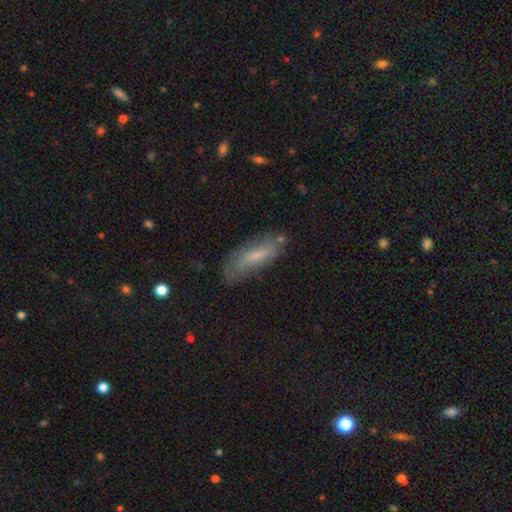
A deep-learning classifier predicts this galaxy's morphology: smooth_or_featured: smooth (p=0.60) [alt: featured or disk p=0.32]
how_rounded: cigar-shaped (p=0.54) [alt: in between p=0.44]
merging: none (p=0.61) [alt: minor disturbance p=0.26]